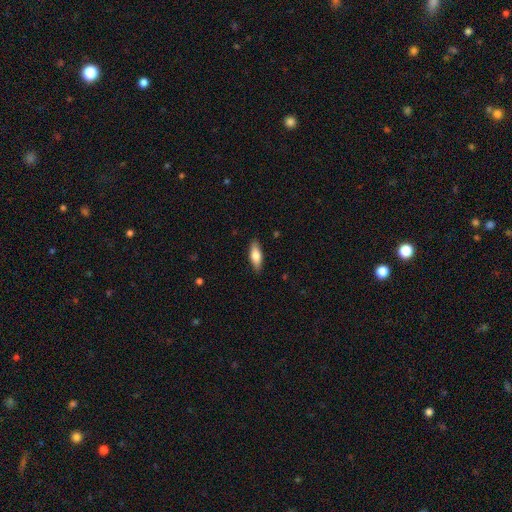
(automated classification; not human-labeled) smooth_or_featured: smooth (p=0.70) [alt: featured or disk p=0.24]
how_rounded: in between (p=0.64) [alt: cigar-shaped p=0.33]
merging: none (p=0.88) [alt: minor disturbance p=0.09]